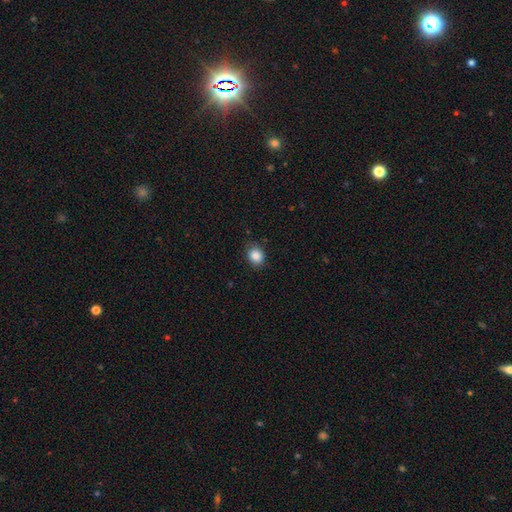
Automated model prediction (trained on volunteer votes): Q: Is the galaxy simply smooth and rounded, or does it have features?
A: smooth — 86%.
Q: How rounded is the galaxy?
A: round — 58%.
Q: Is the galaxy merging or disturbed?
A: none — 80%.